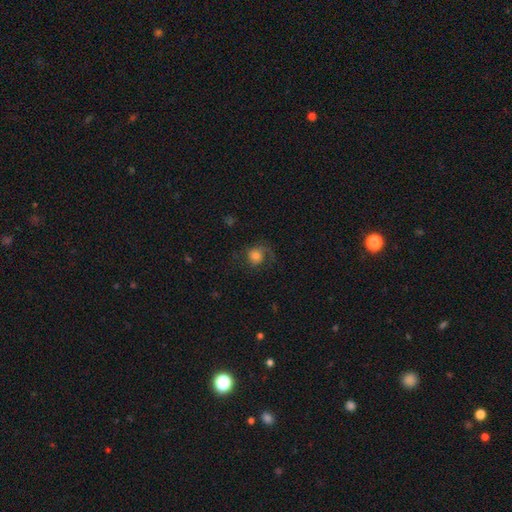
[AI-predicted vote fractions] Smooth or featured? Predicted: smooth (p=0.54). How rounded? Predicted: round (p=0.77). Merging? Predicted: none (p=0.51).